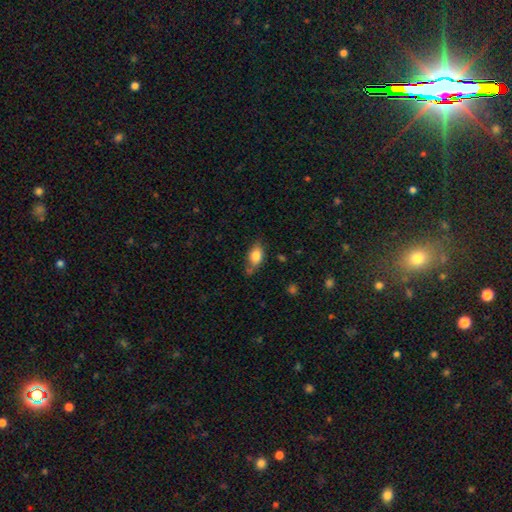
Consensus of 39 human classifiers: Smooth or featured: smooth — 79% (featured or disk — 13%)
How rounded: in between — 81% (round — 16%)
Merging: none — 58% (minor disturbance — 25%)